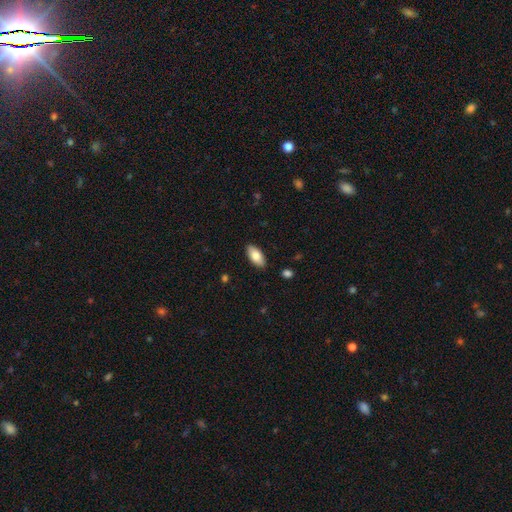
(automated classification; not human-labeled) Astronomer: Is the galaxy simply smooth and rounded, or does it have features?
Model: smooth — 82%.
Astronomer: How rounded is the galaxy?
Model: in between — 93%.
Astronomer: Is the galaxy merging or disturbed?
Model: none — 88%.